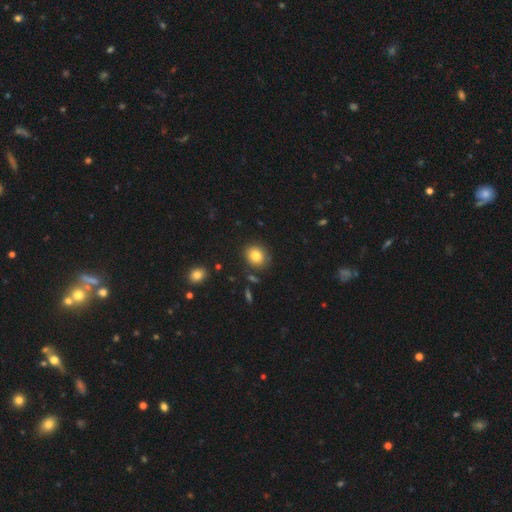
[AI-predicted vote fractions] A smooth galaxy with no disk features (82%) that is round (70%). Merging: none (86%).